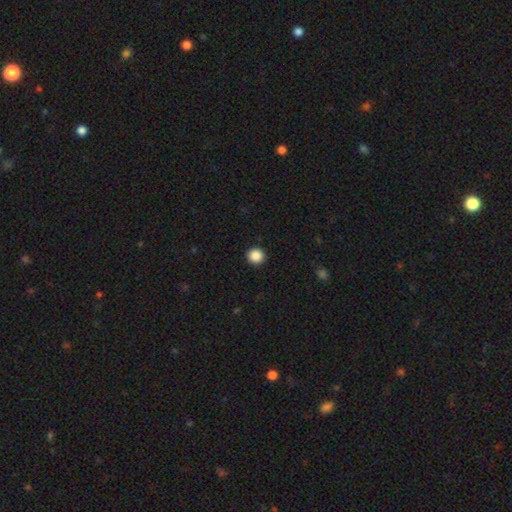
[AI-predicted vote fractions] Smooth or featured: smooth — 88% (star or artifact — 9%)
How rounded: round — 94% (in between — 5%)
Merging: none — 93% (minor disturbance — 4%)